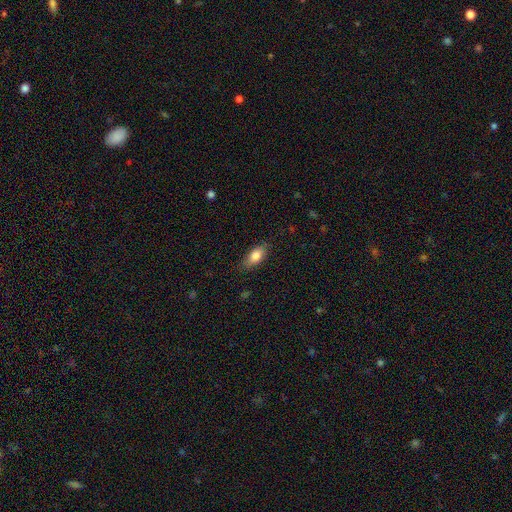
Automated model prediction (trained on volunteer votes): smooth 82%, featured or disk 11%, star or artifact 7%. Down the decision tree: how rounded — in between (84%); merging — none (80%).